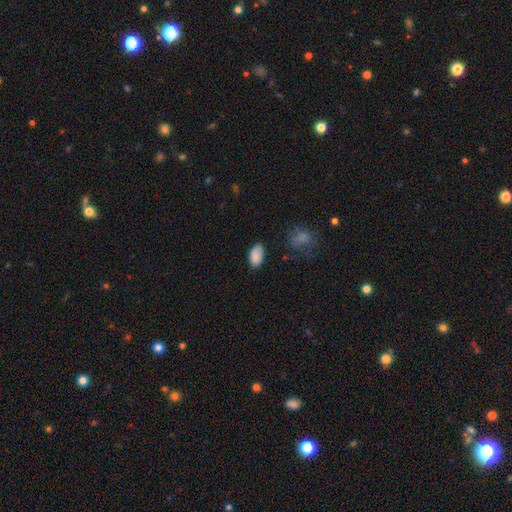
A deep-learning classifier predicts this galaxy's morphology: This appears to be a smooth galaxy with no disk features (88%) that is in between round and cigar-shaped (94%). Merging: none (78%).